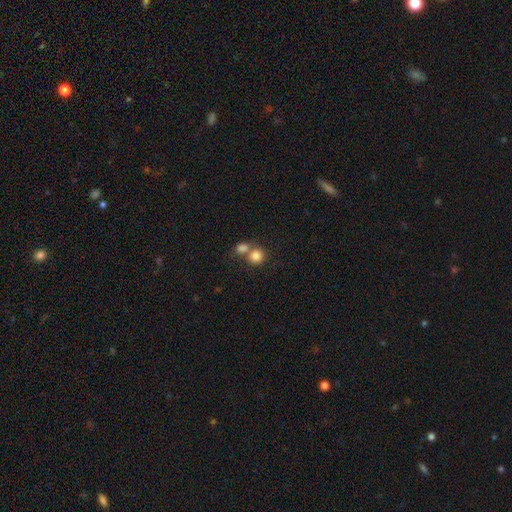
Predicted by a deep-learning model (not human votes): Morphology: type=smooth (82%); roundness=round (84%); merging=merger (48%).